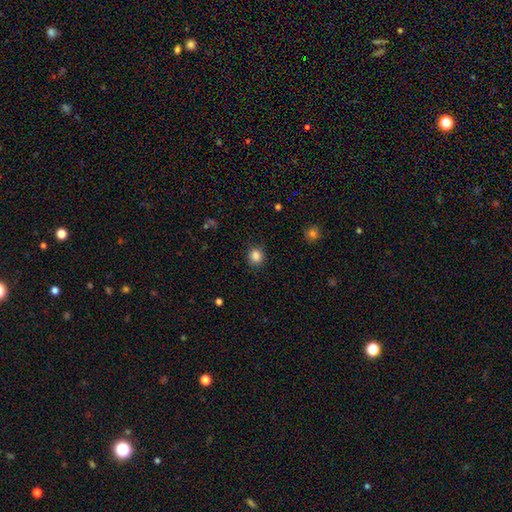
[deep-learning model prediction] smooth-or-featured: smooth: 85% | star or artifact: 11% | featured or disk: 4%
  how-rounded: round: 84% | in between: 15% | cigar-shaped: 1%
  merging: none: 88% | minor disturbance: 8% | major disturbance: 3% | merger: 1%